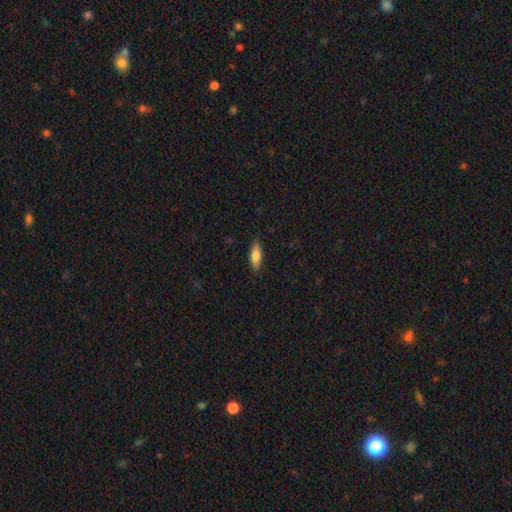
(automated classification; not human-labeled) smooth-or-featured: smooth: 77% | featured or disk: 17% | star or artifact: 6%
  how-rounded: in between: 64% | cigar-shaped: 34% | round: 2%
  merging: none: 86% | minor disturbance: 11% | major disturbance: 2% | merger: 1%